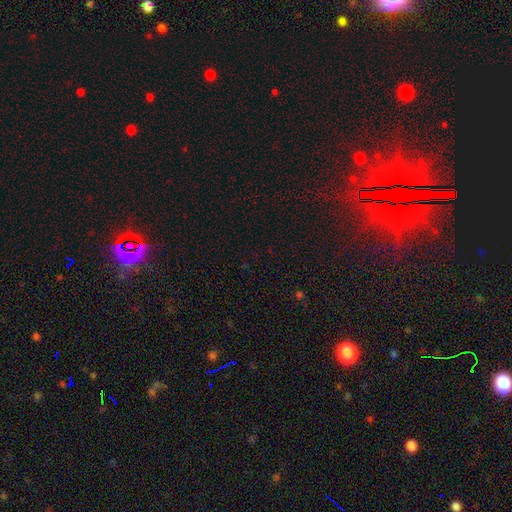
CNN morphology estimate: Smooth or featured?
  - star or artifact: 71% *
  - smooth: 22%
  - featured or disk: 7%